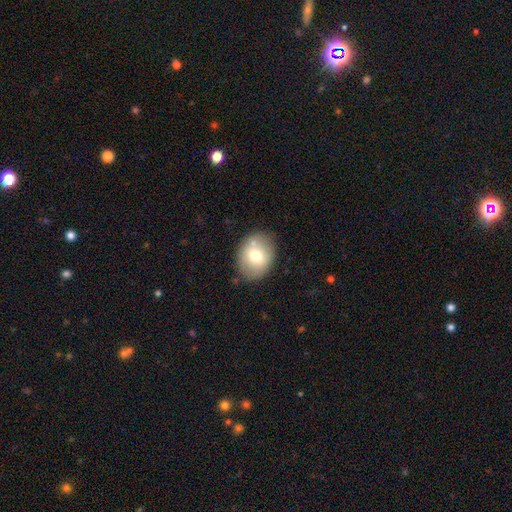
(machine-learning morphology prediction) Smooth or featured? Predicted: smooth (p=0.69). How rounded? Predicted: in between (p=0.57). Merging? Predicted: none (p=0.77).